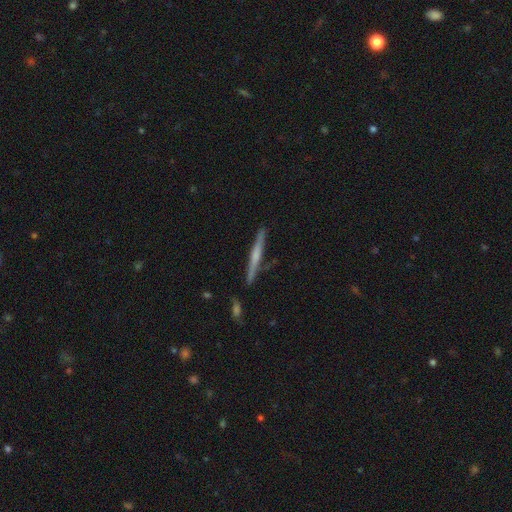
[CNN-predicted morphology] This is possibly a featured or disk galaxy (59%). It is clearly viewed edge-on (97%). Edge-on bulge: possibly rounded (51%). Merging: clearly none (86%).